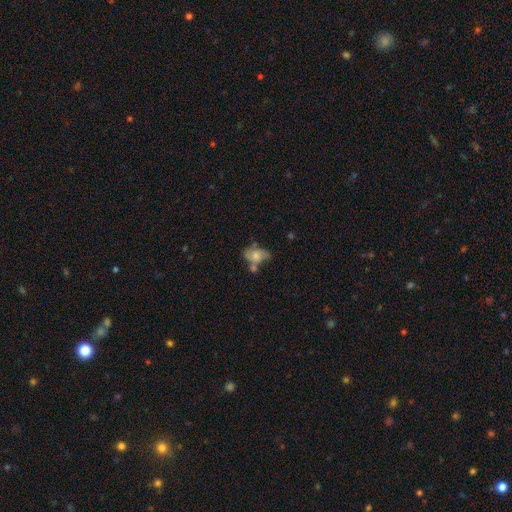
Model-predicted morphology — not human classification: Q: Smooth or featured?
A: smooth (53%); runner-up: featured or disk (38%)
Q: How rounded?
A: in between (81%); runner-up: round (17%)
Q: Merging?
A: none (33%); runner-up: merger (27%)